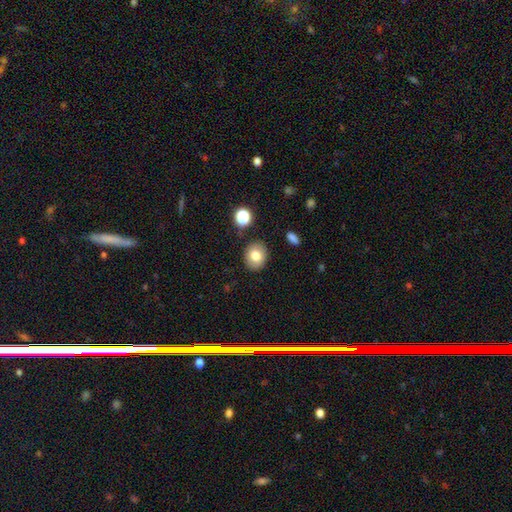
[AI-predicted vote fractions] Overall: smooth (77%). How rounded: round (60%; in between 39%). Merging: none (86%).